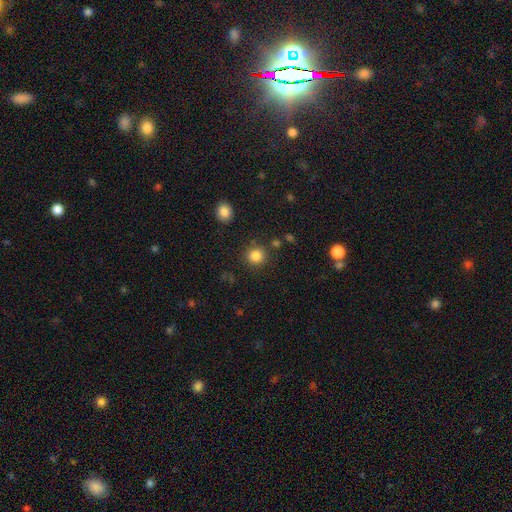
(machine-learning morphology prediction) smooth-or-featured: smooth: 85% | star or artifact: 11% | featured or disk: 4%
  how-rounded: round: 90% | in between: 9% | cigar-shaped: 1%
  merging: none: 86% | minor disturbance: 8% | merger: 4% | major disturbance: 3%